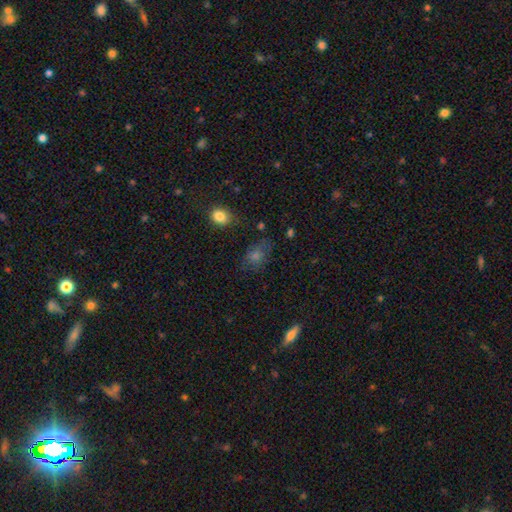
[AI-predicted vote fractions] A smooth galaxy with no disk features (55%) that is in between round and cigar-shaped (65%).

Vote fractions:
- Smooth or featured? smooth: 55% / star or artifact: 24% / featured or disk: 21%
- How rounded? in between: 65% / round: 32% / cigar-shaped: 3%
- Merging? none: 69% / minor disturbance: 20% / major disturbance: 8% / merger: 3%